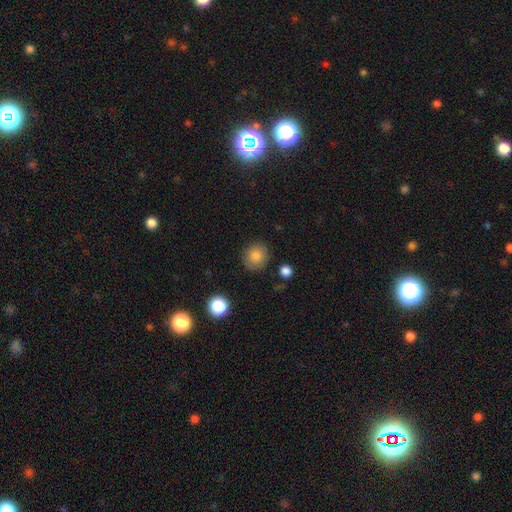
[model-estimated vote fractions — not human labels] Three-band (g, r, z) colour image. It shows a smooth galaxy with no disk features (84%) that is round (84%). Merging: none (87%).